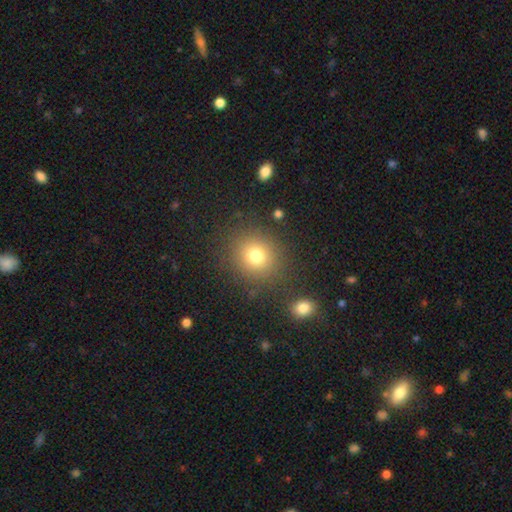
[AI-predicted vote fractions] A smooth galaxy with no disk features (76%) that is round (85%).

Vote fractions:
- Smooth or featured? smooth: 76% / star or artifact: 15% / featured or disk: 9%
- How rounded? round: 85% / in between: 14% / cigar-shaped: 1%
- Merging? none: 85% / minor disturbance: 8% / major disturbance: 4% / merger: 3%